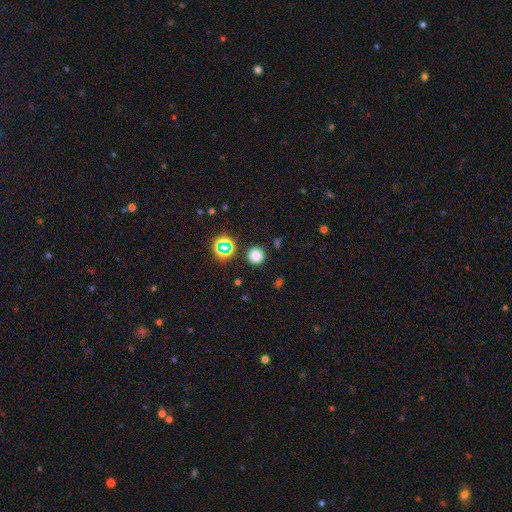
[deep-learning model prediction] smooth-or-featured: smooth: 75% | star or artifact: 20% | featured or disk: 5%
  how-rounded: round: 95% | in between: 4% | cigar-shaped: 1%
  merging: none: 89% | minor disturbance: 6% | major disturbance: 3% | merger: 2%